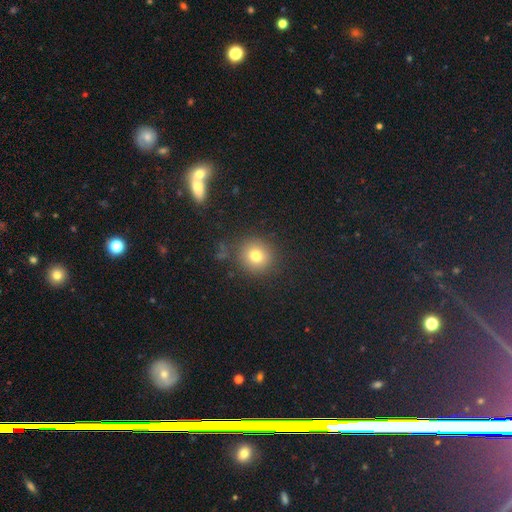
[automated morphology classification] Smooth or featured: smooth — 77% (star or artifact — 14%)
How rounded: round — 90% (in between — 9%)
Merging: none — 87% (minor disturbance — 8%)